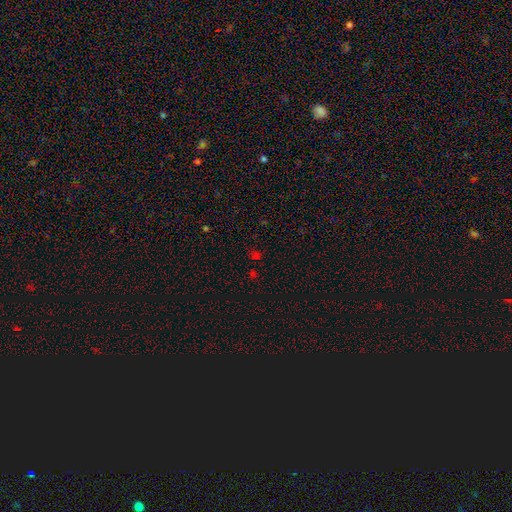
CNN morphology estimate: This is possibly a star or artifact rather than a galaxy (50%).